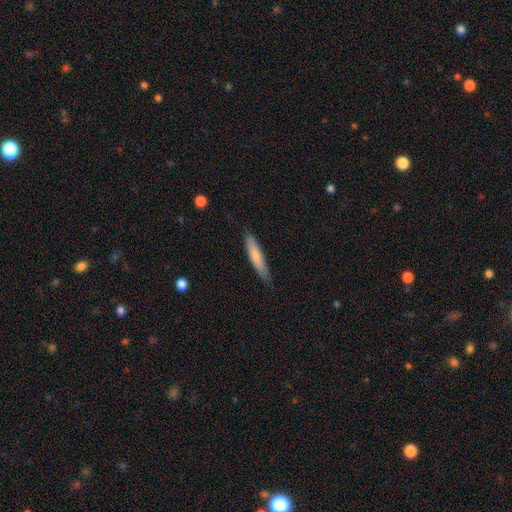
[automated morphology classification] This is likely a smooth galaxy (74%). How rounded: clearly cigar-shaped (89%). Merging: likely none (78%).